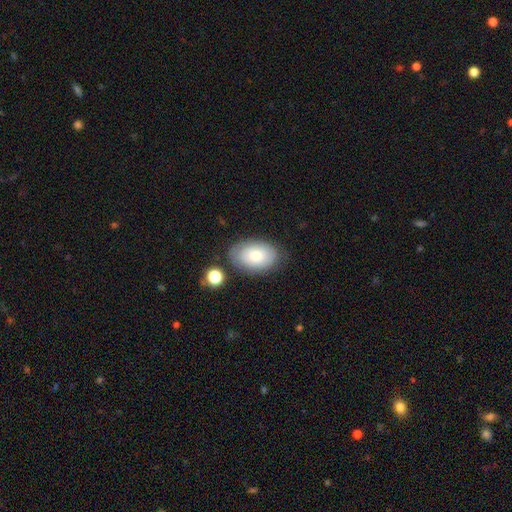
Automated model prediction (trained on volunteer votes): smooth-or-featured: smooth: 75% | featured or disk: 18% | star or artifact: 7%
  how-rounded: in between: 90% | round: 9% | cigar-shaped: 1%
  merging: none: 75% | minor disturbance: 16% | major disturbance: 5% | merger: 4%